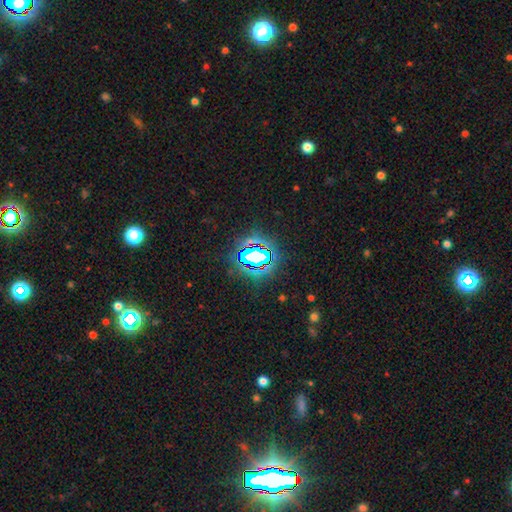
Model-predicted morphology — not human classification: A star or artifact, not a galaxy (71%).